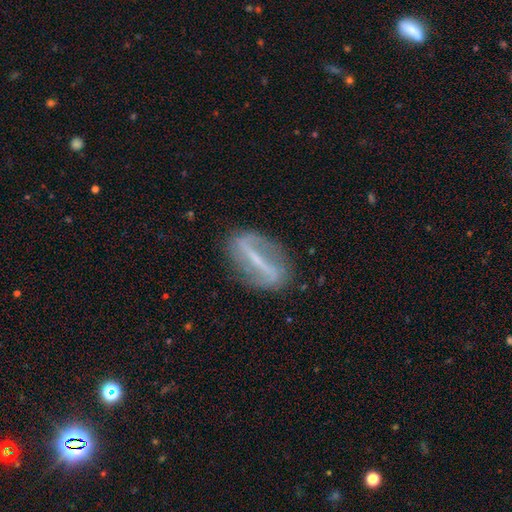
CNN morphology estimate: smooth-or-featured: featured or disk: 79% | smooth: 13% | star or artifact: 8%
  disk-edge-on: no: 84% | yes: 16%
    bar: strong: 79% | weak: 15% | no: 6%
    has-spiral-arms: yes: 71% | no: 29%
    bulge-size: small: 59% | none: 24% | moderate: 14% | large: 2% | dominant: 1%
  merging: none: 83% | minor disturbance: 11% | major disturbance: 4% | merger: 2%